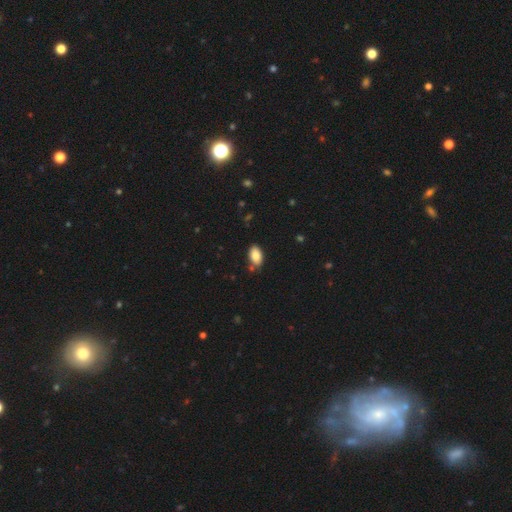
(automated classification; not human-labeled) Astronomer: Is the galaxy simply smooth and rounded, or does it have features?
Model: smooth — 86%.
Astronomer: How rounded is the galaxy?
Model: in between — 94%.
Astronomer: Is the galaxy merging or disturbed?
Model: none — 80%.